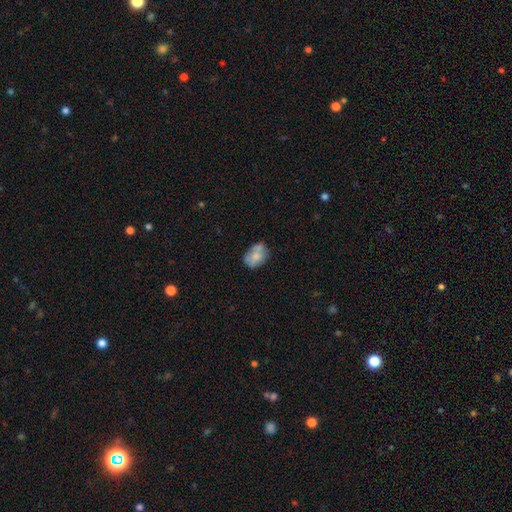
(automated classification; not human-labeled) Smooth or featured: smooth — 61% (featured or disk — 31%)
How rounded: in between — 74% (round — 25%)
Merging: none — 49% (minor disturbance — 26%)